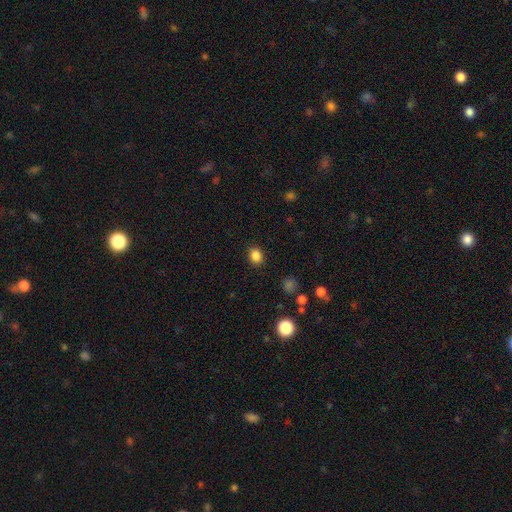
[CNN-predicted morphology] smooth 84%, star or artifact 12%, featured or disk 4%. Down the decision tree: how rounded — round (63%); merging — none (89%).